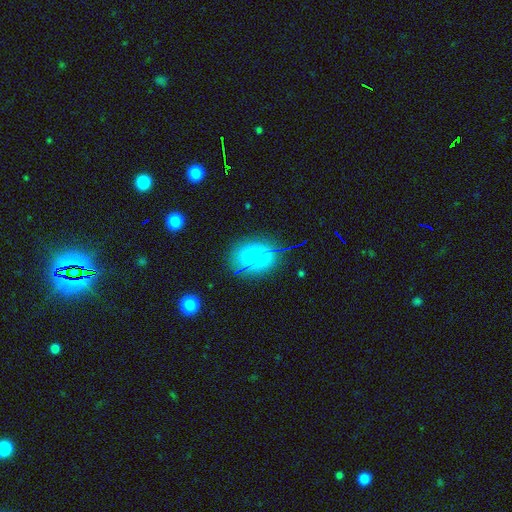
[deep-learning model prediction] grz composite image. It shows a smooth galaxy with no disk features (56%) that is in between round and cigar-shaped (58%). Merging: none (65%).